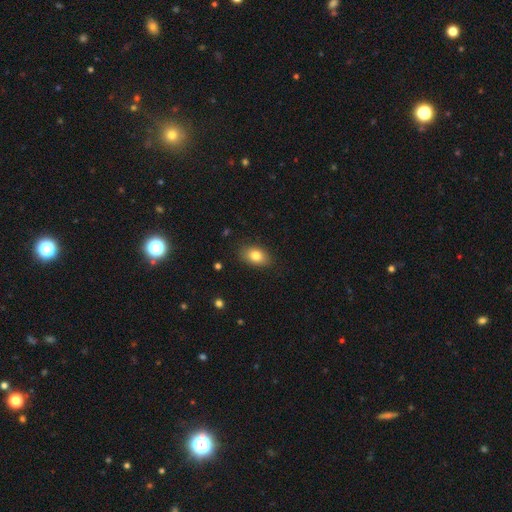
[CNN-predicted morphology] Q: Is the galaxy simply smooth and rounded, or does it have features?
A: smooth — 82%.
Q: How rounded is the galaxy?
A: in between — 86%.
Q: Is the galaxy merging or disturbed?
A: none — 86%.